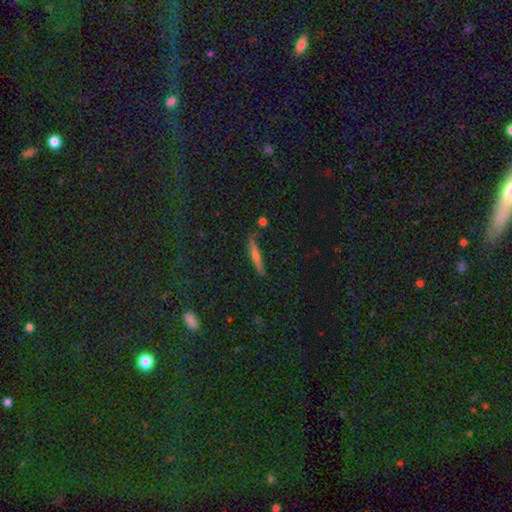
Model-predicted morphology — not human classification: The model was most divided on "smooth or featured": smooth: 47%, featured or disk: 43%, star or artifact: 10%. More confident: merging — none (78%).